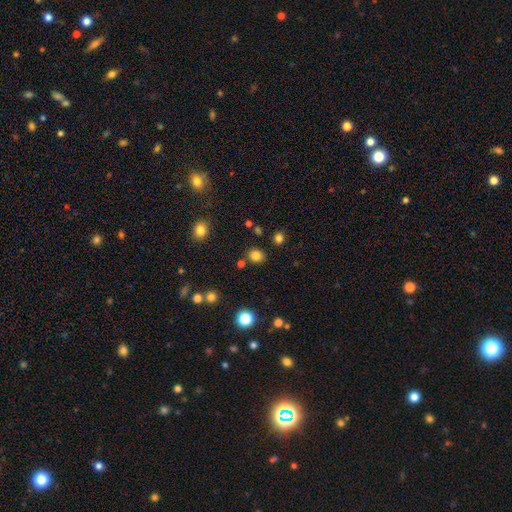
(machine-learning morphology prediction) A smooth galaxy with no disk features (81%) that is round (79%). Merging: none (85%).